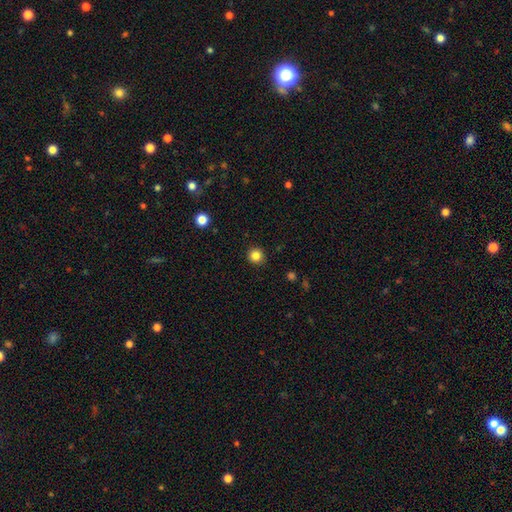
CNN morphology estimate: smooth 84%, star or artifact 11%, featured or disk 4%. Down the decision tree: how rounded — round (93%); merging — none (92%).